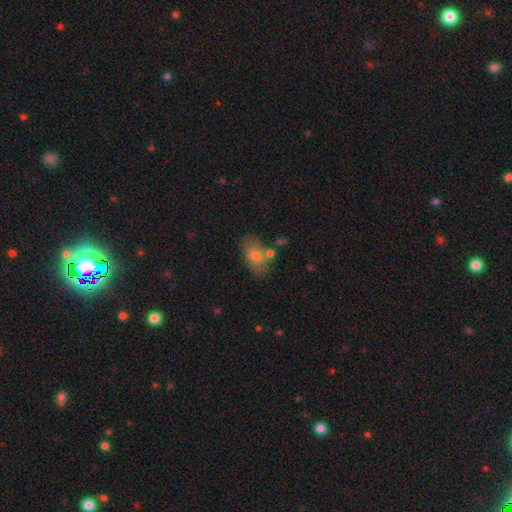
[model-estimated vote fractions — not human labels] This is likely a smooth galaxy (75%). How rounded: clearly in between (91%). Merging: likely none (64%).